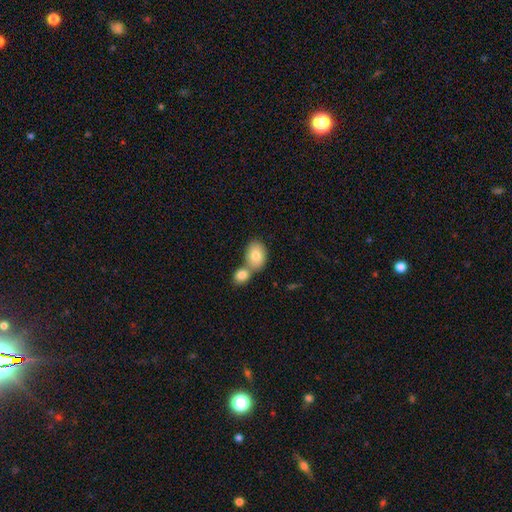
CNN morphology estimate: A smooth galaxy with no disk features (81%) that is in between round and cigar-shaped (73%). Merging: merger (51%).